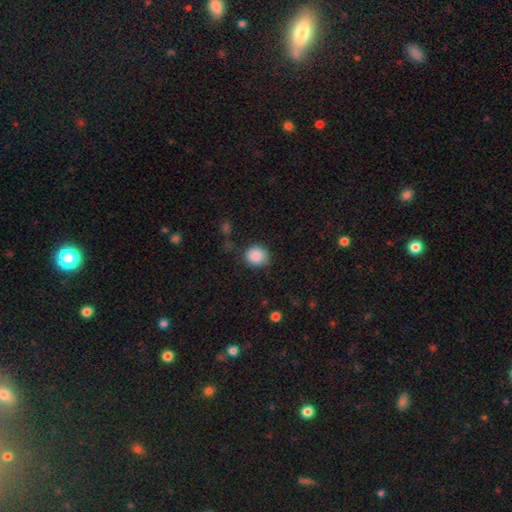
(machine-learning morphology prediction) Smooth or featured? smooth (88%)
How rounded? round (86%)
Merging? none (75%)